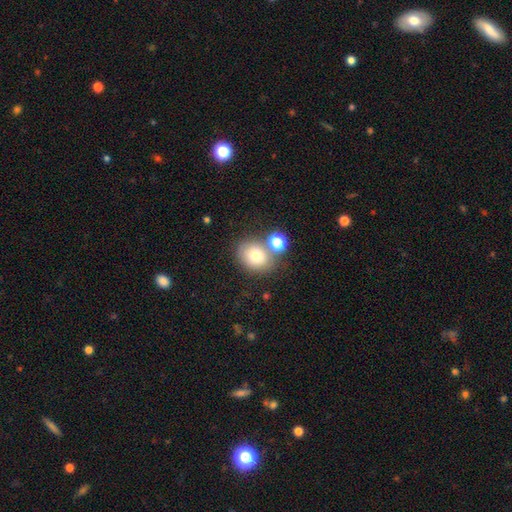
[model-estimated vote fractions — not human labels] A smooth galaxy with no disk features (78%) that is round (50%). Merging: none (60%).